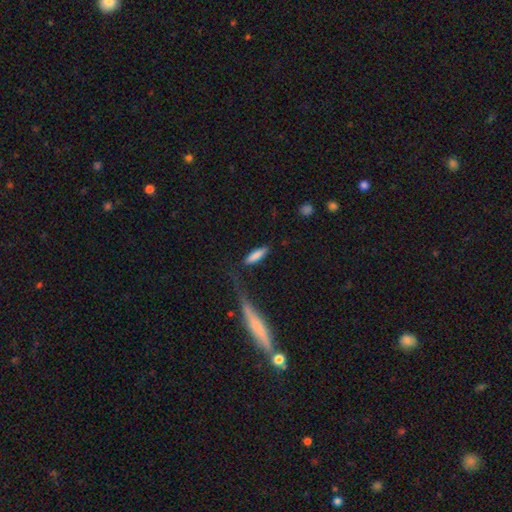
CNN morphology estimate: The model was most divided on "how rounded": cigar-shaped: 64%, in between: 33%, round: 2%. More confident: smooth or featured — smooth (83%); merging — none (72%).